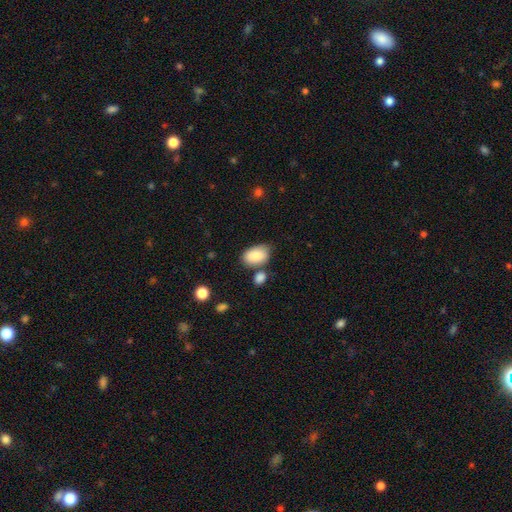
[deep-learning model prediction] A smooth galaxy with no disk features (86%) that is in between round and cigar-shaped (91%).

Vote fractions:
- Smooth or featured? smooth: 86% / featured or disk: 8% / star or artifact: 7%
- How rounded? in between: 91% / round: 8% / cigar-shaped: 1%
- Merging? none: 63% / minor disturbance: 18% / merger: 13% / major disturbance: 5%